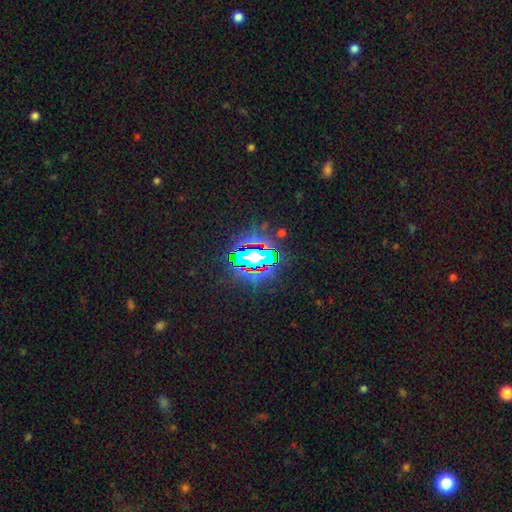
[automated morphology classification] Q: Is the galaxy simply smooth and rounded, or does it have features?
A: star or artifact — 83%.